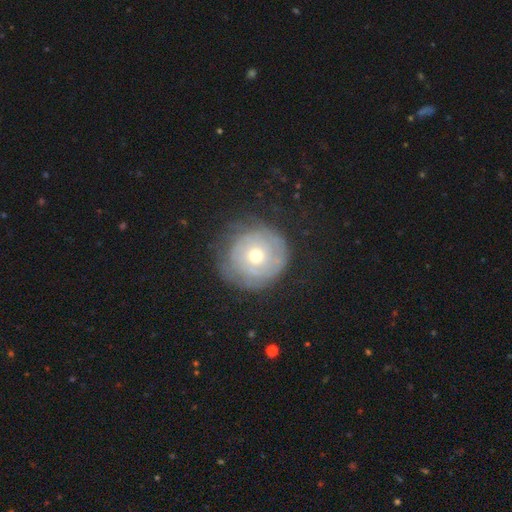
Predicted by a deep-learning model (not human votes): A featured or disk galaxy (56%) with no bar (88%), spiral arms (65%) and a moderate central bulge (54%).

Vote fractions:
- Smooth or featured? featured or disk: 56% / smooth: 36% / star or artifact: 8%
- Edge-on disk? no: 97% / yes: 3%
- Bar? no: 88% / weak: 10% / strong: 2%
- Spiral arms? yes: 65% / no: 35%
- Bulge size? moderate: 54% / small: 40% / large: 3% / dominant: 1% / none: 1%
- Merging? none: 70% / minor disturbance: 19% / major disturbance: 10% / merger: 1%